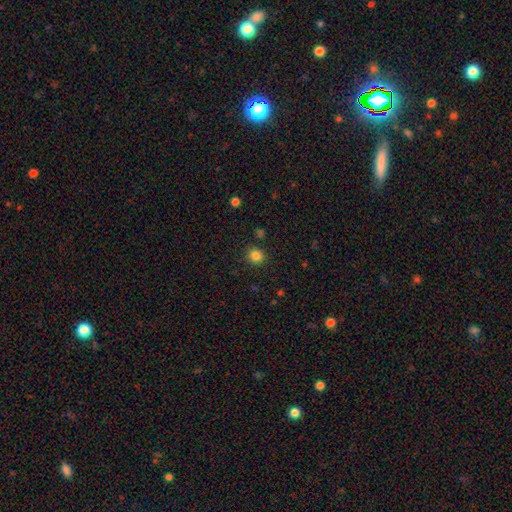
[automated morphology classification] This appears to be a smooth galaxy with no disk features (83%) that is round (90%). Merging: none (88%).